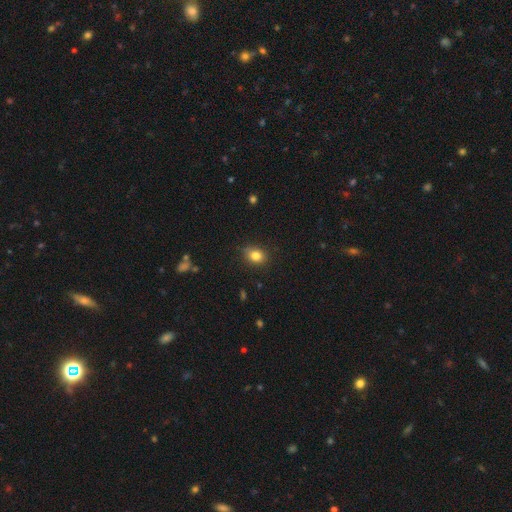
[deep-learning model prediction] Q: Smooth or featured?
A: smooth (82%); runner-up: star or artifact (11%)
Q: How rounded?
A: round (51%); runner-up: in between (48%)
Q: Merging?
A: none (82%); runner-up: minor disturbance (14%)